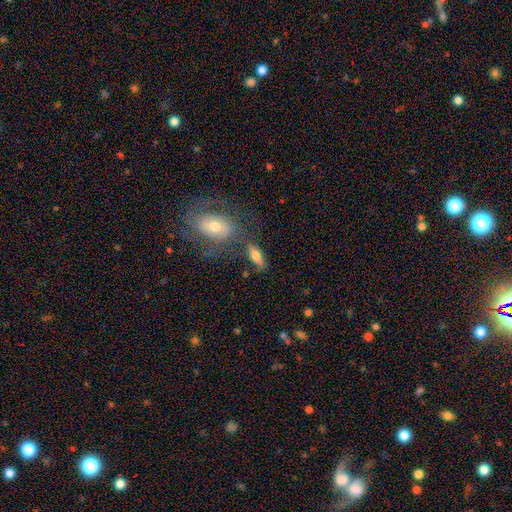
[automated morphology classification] A smooth galaxy with no disk features (68%) that is in between round and cigar-shaped (74%). Merging: none (63%).